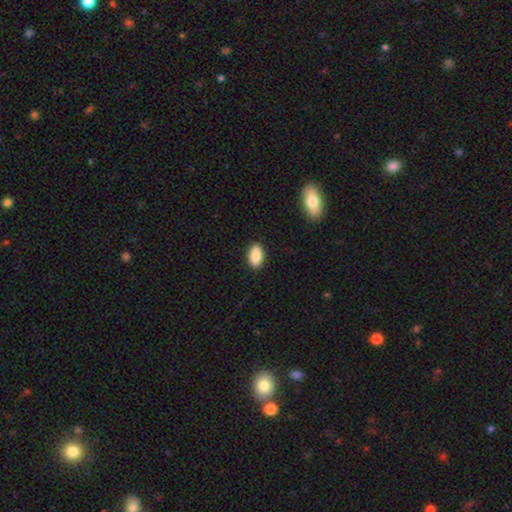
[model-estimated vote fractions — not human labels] Smooth or featured: smooth — 89% (star or artifact — 7%)
How rounded: in between — 92% (cigar-shaped — 4%)
Merging: none — 89% (minor disturbance — 8%)